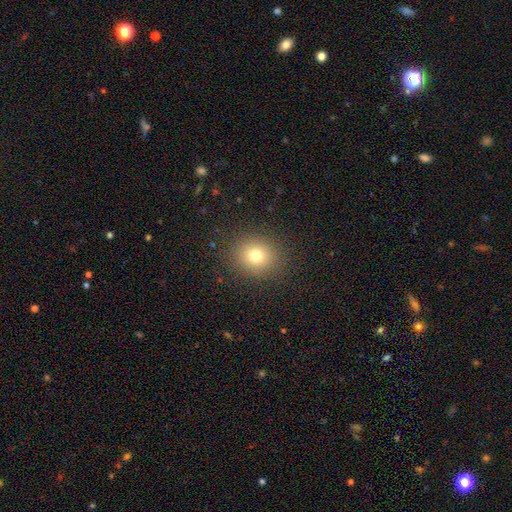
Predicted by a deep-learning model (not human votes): The model was most divided on "smooth or featured": smooth: 75%, star or artifact: 15%, featured or disk: 10%. More confident: merging — none (87%); how rounded — round (83%).